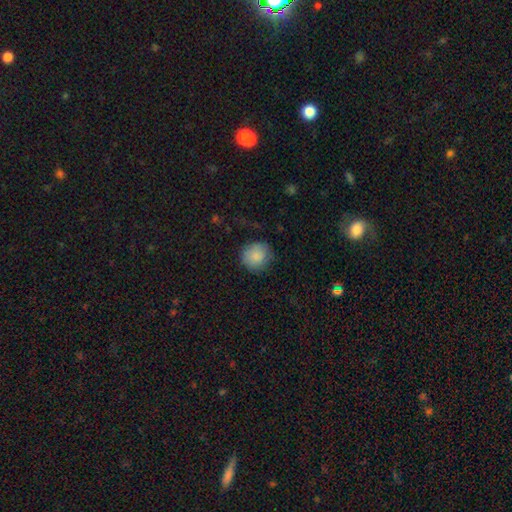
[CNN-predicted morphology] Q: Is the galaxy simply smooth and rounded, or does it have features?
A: smooth — 86%.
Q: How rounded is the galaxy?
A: round — 88%.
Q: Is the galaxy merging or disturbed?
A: none — 77%.